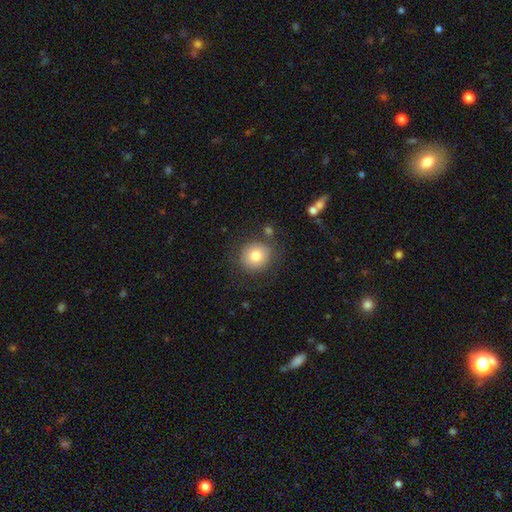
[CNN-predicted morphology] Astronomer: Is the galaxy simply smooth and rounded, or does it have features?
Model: smooth — 79%.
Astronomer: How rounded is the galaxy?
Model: round — 89%.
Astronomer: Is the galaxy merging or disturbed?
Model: none — 79%.